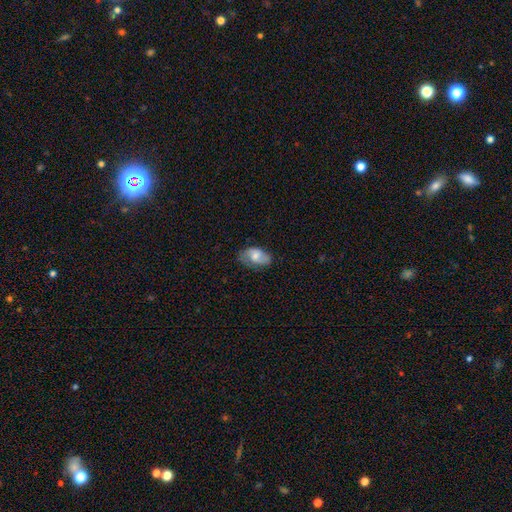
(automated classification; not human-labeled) This is likely a smooth galaxy (67%). How rounded: clearly in between (91%). Merging: likely none (60%).